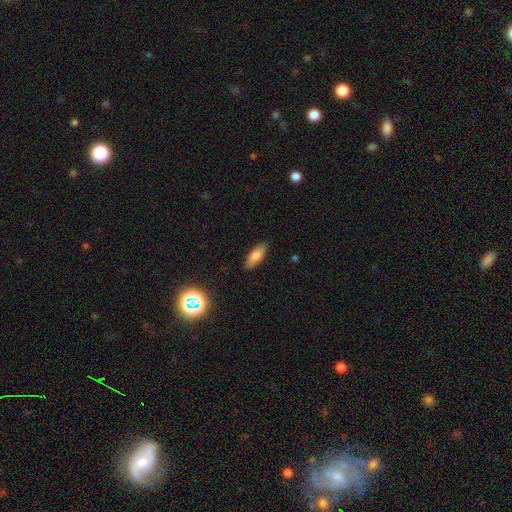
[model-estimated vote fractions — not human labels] Q: Smooth or featured?
A: smooth (80%); runner-up: featured or disk (12%)
Q: How rounded?
A: in between (68%); runner-up: cigar-shaped (30%)
Q: Merging?
A: none (87%); runner-up: minor disturbance (10%)